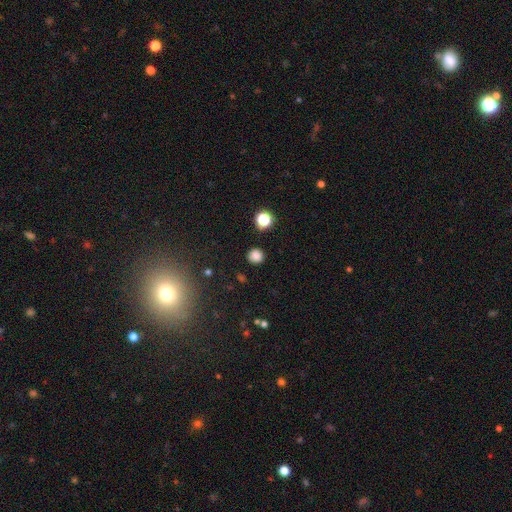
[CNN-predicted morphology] Q: Smooth or featured?
A: smooth (82%); runner-up: star or artifact (14%)
Q: How rounded?
A: round (90%); runner-up: in between (9%)
Q: Merging?
A: none (88%); runner-up: minor disturbance (7%)